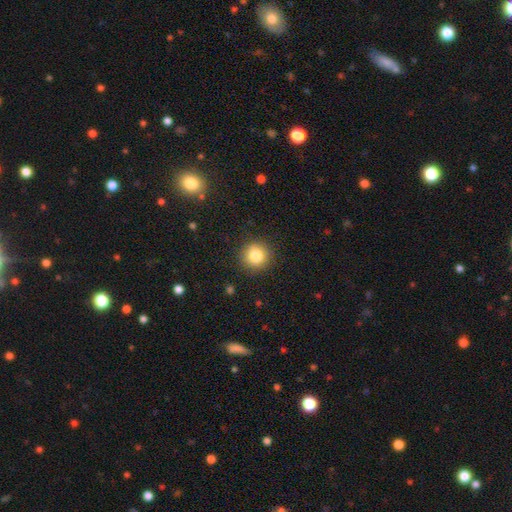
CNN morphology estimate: This is clearly a smooth galaxy (83%). How rounded: clearly round (93%). Merging: clearly none (90%).